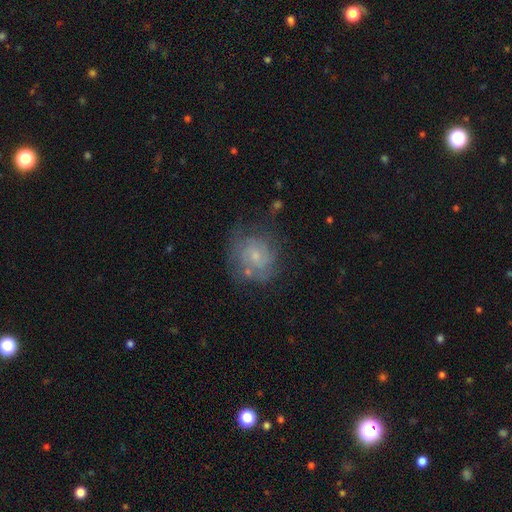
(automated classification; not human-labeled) Smooth or featured?
  - featured or disk: 58% *
  - smooth: 31%
  - star or artifact: 10%
Edge-on disk?
  - no: 98% *
  - yes: 2%
Bar?
  - no: 70% *
  - weak: 26%
  - strong: 4%
Spiral arms?
  - yes: 72% *
  - no: 28%
Bulge size?
  - small: 69% *
  - moderate: 22%
  - none: 7%
  - large: 1%
  - dominant: 1%
Merging?
  - none: 60% *
  - minor disturbance: 22%
  - major disturbance: 14%
  - merger: 5%